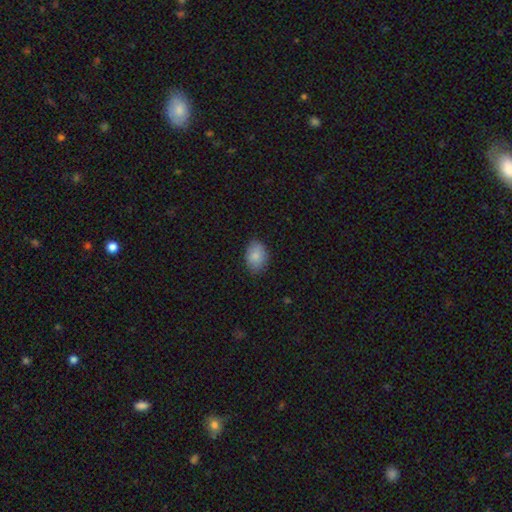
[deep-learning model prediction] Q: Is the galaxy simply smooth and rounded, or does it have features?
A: smooth — 86%.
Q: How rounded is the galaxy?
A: in between — 80%.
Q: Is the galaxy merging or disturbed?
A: none — 82%.